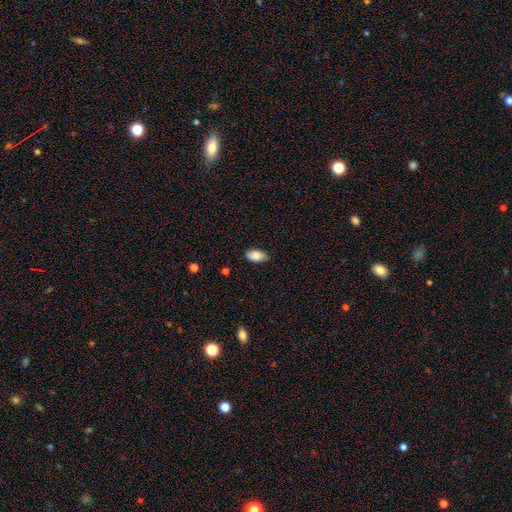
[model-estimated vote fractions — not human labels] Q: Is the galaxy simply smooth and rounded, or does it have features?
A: smooth — 86%.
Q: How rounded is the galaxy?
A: in between — 94%.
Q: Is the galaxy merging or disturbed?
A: none — 81%.